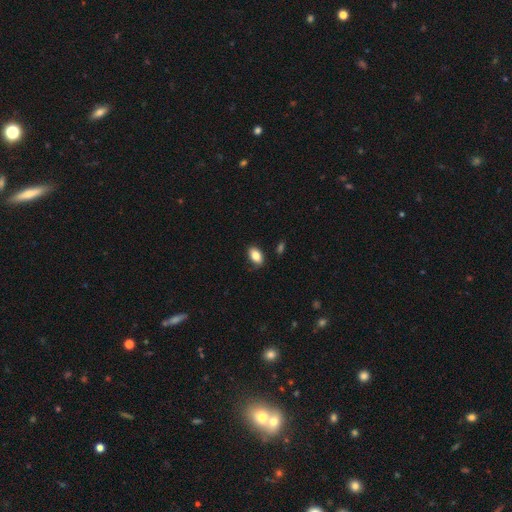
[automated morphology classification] smooth-or-featured: smooth: 84% | featured or disk: 8% | star or artifact: 8%
  how-rounded: in between: 90% | round: 8% | cigar-shaped: 2%
  merging: none: 83% | minor disturbance: 13% | major disturbance: 3% | merger: 2%